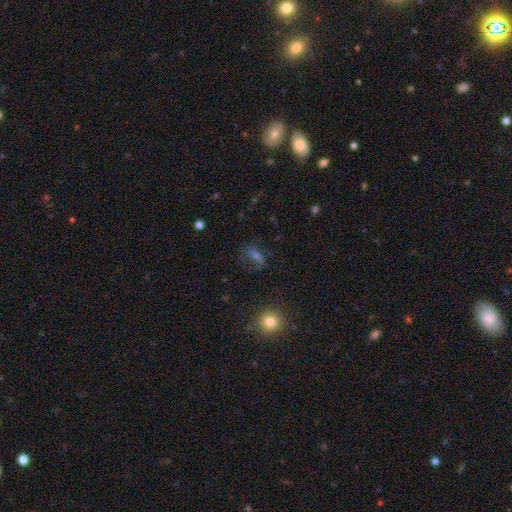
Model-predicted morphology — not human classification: smooth 41%, star or artifact 30%, featured or disk 29%. Down the decision tree: merging — none (65%).